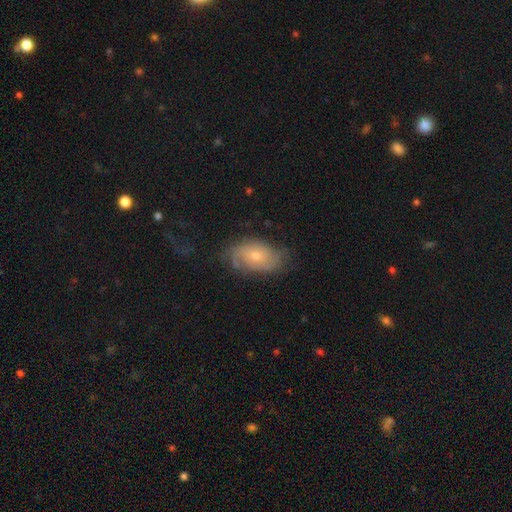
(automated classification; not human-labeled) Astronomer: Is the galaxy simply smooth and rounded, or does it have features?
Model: featured or disk — 59%.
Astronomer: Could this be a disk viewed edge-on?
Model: no — 95%.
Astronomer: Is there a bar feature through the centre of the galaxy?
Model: no — 75%.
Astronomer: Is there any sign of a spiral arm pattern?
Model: yes — 83%.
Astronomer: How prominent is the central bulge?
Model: small — 50% (runner-up: moderate, 45%).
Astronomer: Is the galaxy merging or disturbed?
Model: none — 62%.